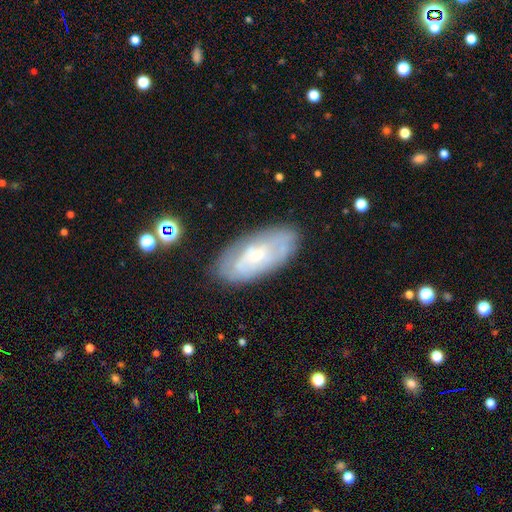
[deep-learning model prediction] Smooth or featured: featured or disk — 52% (smooth — 40%)
Edge-on disk: no — 88% (yes — 12%)
Merging: none — 75% (minor disturbance — 18%)